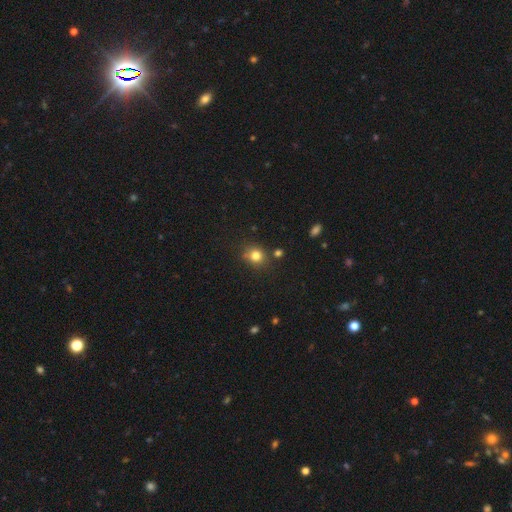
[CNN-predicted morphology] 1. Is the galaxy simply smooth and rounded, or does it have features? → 80% smooth, 13% star or artifact, 7% featured or disk.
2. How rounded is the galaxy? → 76% round, 23% in between, 1% cigar-shaped.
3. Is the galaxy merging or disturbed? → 77% none, 12% minor disturbance, 7% merger, 3% major disturbance.